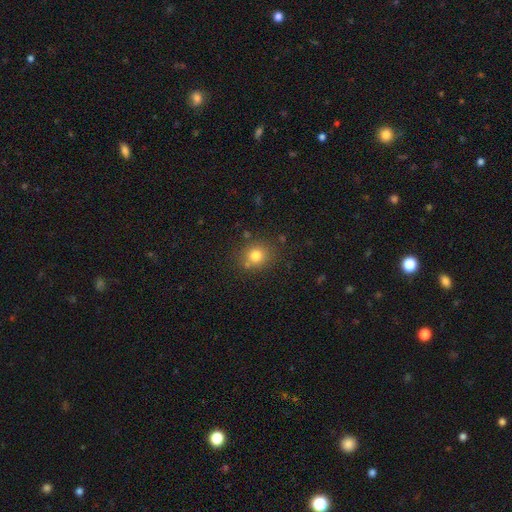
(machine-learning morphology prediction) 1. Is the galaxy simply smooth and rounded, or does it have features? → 77% smooth, 14% star or artifact, 9% featured or disk.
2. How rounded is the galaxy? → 80% round, 19% in between, 1% cigar-shaped.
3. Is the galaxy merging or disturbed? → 78% none, 11% minor disturbance, 7% merger, 4% major disturbance.